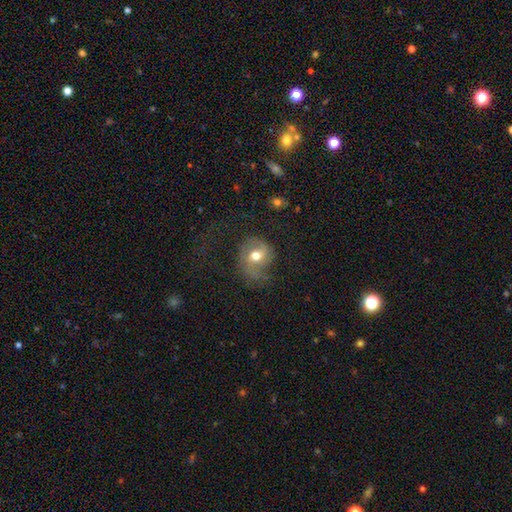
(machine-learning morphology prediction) Overall: featured or disk (57%; smooth 33%). Edge-on disk: no (97%). Bar: no (53%; weak 35%). Spiral arms: yes (81%). Bulge size: moderate (76%). Merging: none (48%; minor disturbance 26%).